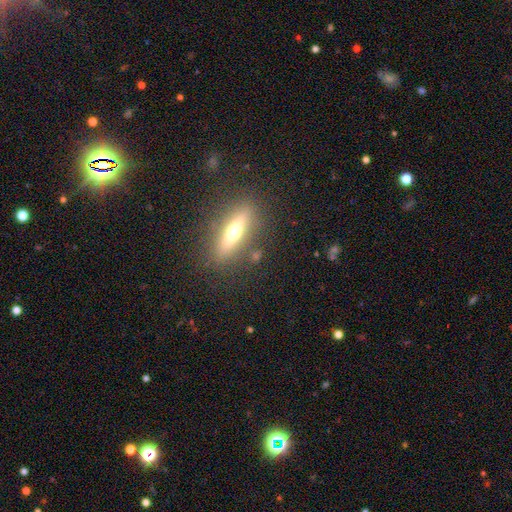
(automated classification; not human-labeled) A smooth galaxy with no disk features (46%). Merging: none (85%).